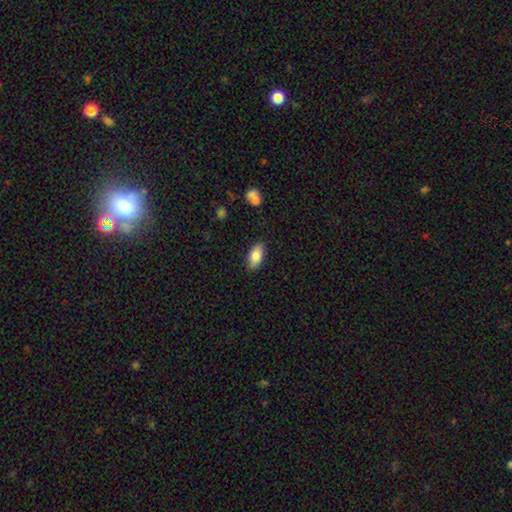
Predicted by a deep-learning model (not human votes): This appears to be a smooth galaxy with no disk features (85%) that is in between round and cigar-shaped (91%). Merging: none (87%).